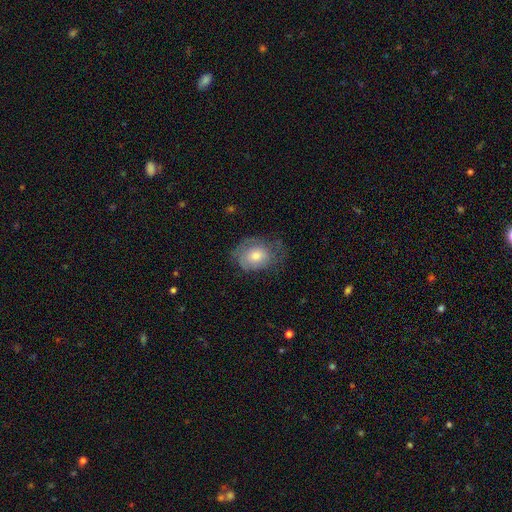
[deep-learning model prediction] smooth-or-featured: smooth: 58% | featured or disk: 34% | star or artifact: 8%
  how-rounded: in between: 64% | round: 35% | cigar-shaped: 1%
  merging: none: 55% | minor disturbance: 28% | major disturbance: 16% | merger: 1%